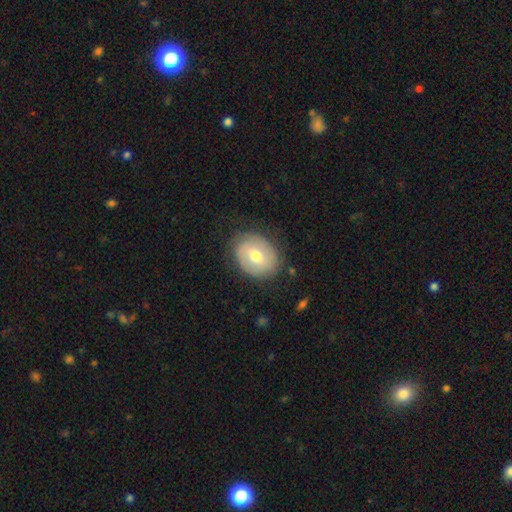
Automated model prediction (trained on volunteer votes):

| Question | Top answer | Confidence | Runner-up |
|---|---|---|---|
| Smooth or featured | smooth | 53% | featured or disk (40%) |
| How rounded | in between | 55% | round (44%) |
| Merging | none | 78% | minor disturbance (16%) |